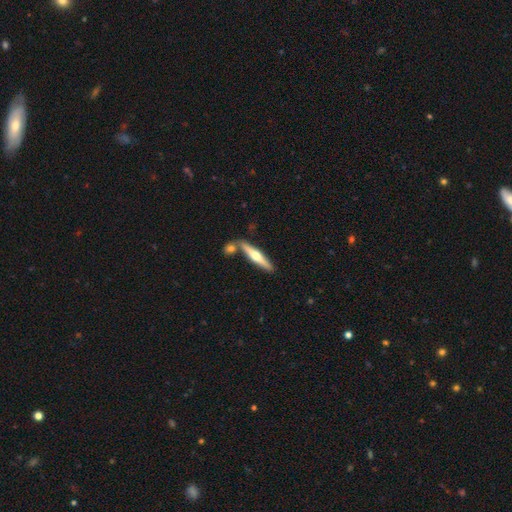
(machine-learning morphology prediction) featured or disk 63%, smooth 33%, star or artifact 5%. Down the decision tree: edge-on disk — yes (96%); edge-on bulge — rounded (93%); merging — none (75%).